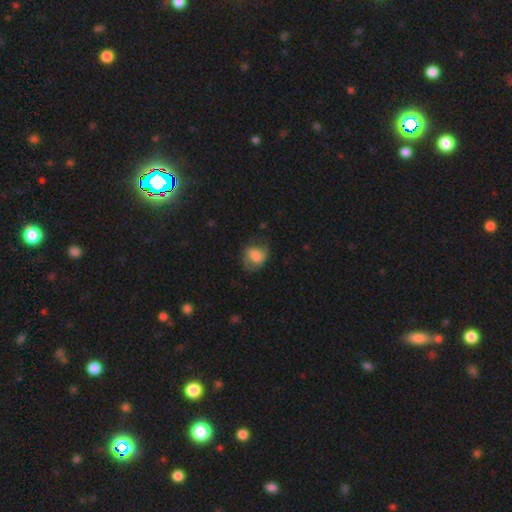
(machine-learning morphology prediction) This is possibly a smooth galaxy (48%). Merging: possibly none (57%).